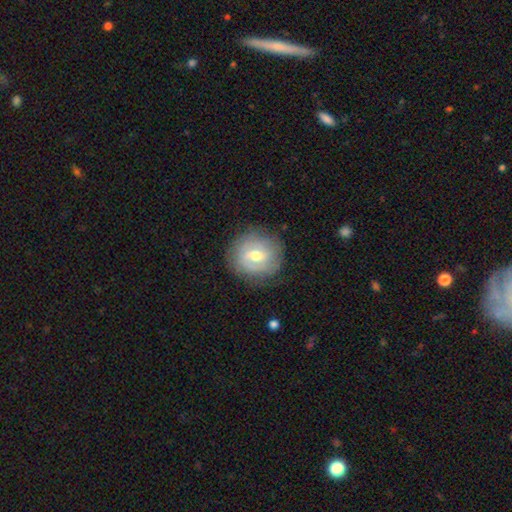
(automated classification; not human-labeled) A featured or disk galaxy (60%) with a weak bar (56%), spiral arms (73%) and a moderate central bulge (68%).

Vote fractions:
- Smooth or featured? featured or disk: 60% / smooth: 32% / star or artifact: 7%
- Edge-on disk? no: 96% / yes: 4%
- Bar? weak: 56% / no: 29% / strong: 16%
- Spiral arms? yes: 73% / no: 27%
- Bulge size? moderate: 68% / small: 26% / large: 4% / none: 1% / dominant: 1%
- Merging? none: 81% / minor disturbance: 13% / major disturbance: 5% / merger: 1%